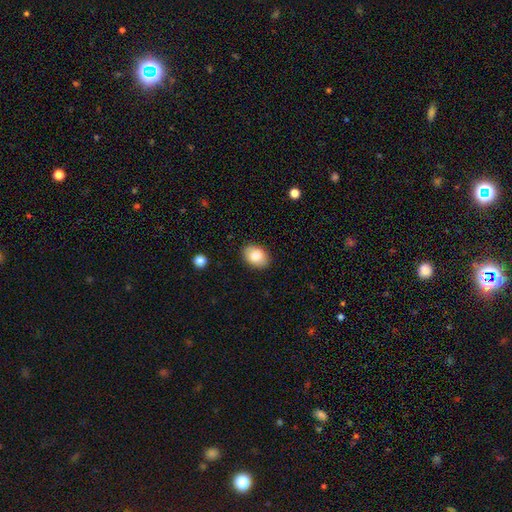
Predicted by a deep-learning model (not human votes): Smooth or featured? smooth (84%)
How rounded? in between (80%)
Merging? none (88%)